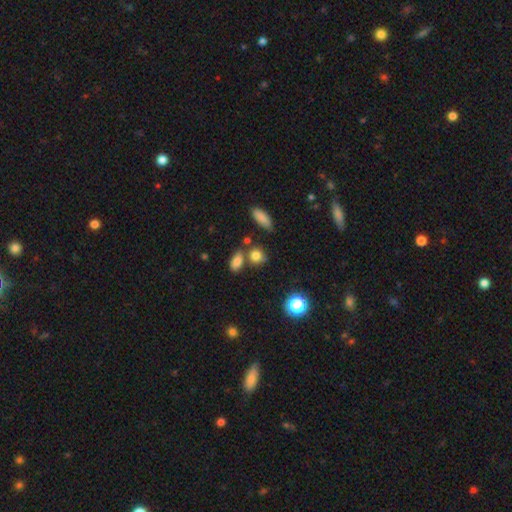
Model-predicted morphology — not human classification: type=smooth (79%); roundness=round (51%); merging=none (63%).